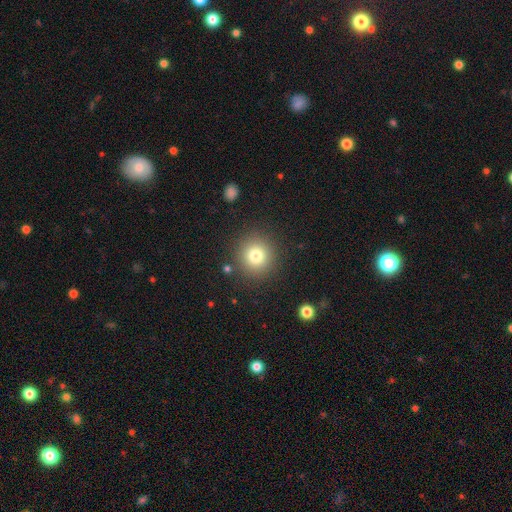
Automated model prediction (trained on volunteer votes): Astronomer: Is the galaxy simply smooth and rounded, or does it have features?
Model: smooth — 78%.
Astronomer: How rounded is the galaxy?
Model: round — 93%.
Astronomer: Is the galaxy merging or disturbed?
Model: none — 88%.